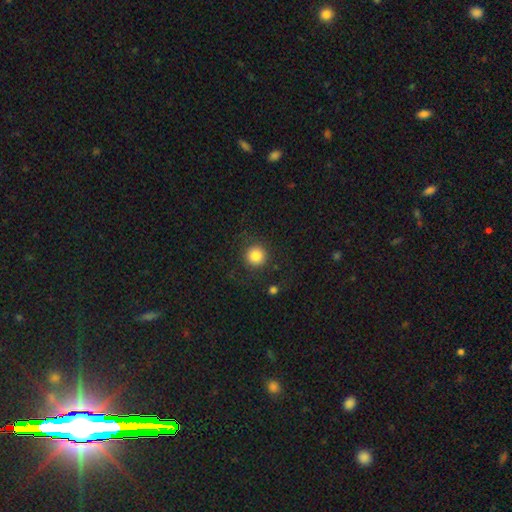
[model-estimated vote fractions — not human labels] Q: Smooth or featured?
A: smooth (84%); runner-up: star or artifact (10%)
Q: How rounded?
A: round (94%); runner-up: in between (5%)
Q: Merging?
A: none (86%); runner-up: minor disturbance (8%)